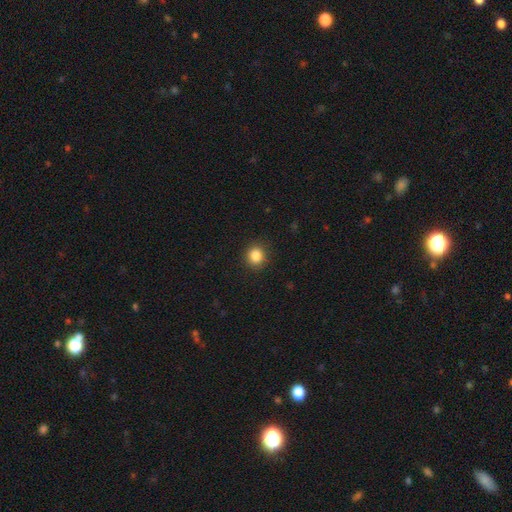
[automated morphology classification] smooth-or-featured: smooth: 85% | star or artifact: 11% | featured or disk: 4%
  how-rounded: round: 84% | in between: 15% | cigar-shaped: 1%
  merging: none: 90% | minor disturbance: 7% | major disturbance: 2% | merger: 1%